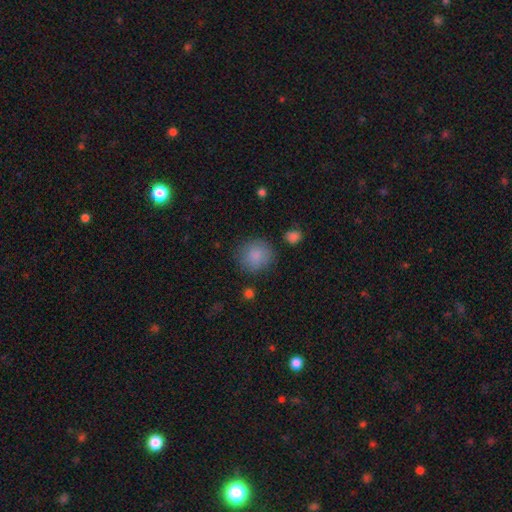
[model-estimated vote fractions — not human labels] A smooth galaxy with no disk features (86%) that is round (89%). Merging: none (80%).